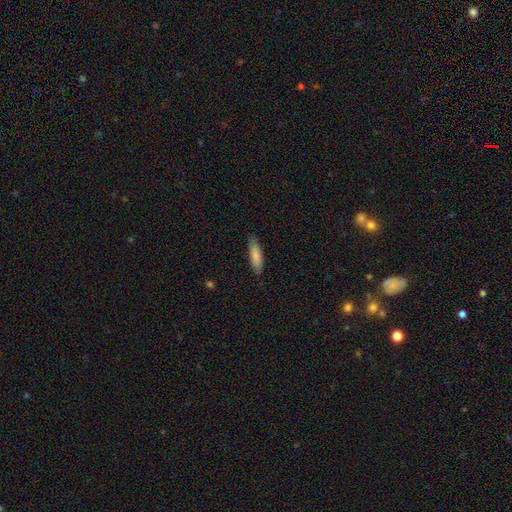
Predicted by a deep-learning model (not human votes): Smooth or featured? Predicted: smooth (p=0.82). How rounded? Predicted: cigar-shaped (p=0.65). Merging? Predicted: none (p=0.85).